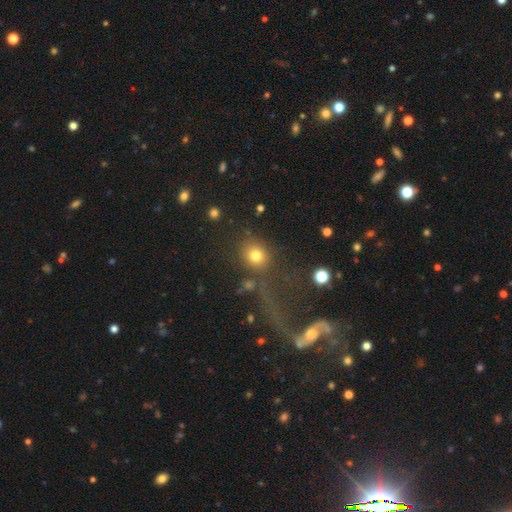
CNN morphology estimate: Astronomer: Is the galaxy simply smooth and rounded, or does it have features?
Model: smooth — 75%.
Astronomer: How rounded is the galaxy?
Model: round — 79%.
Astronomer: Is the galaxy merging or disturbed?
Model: none — 69%.